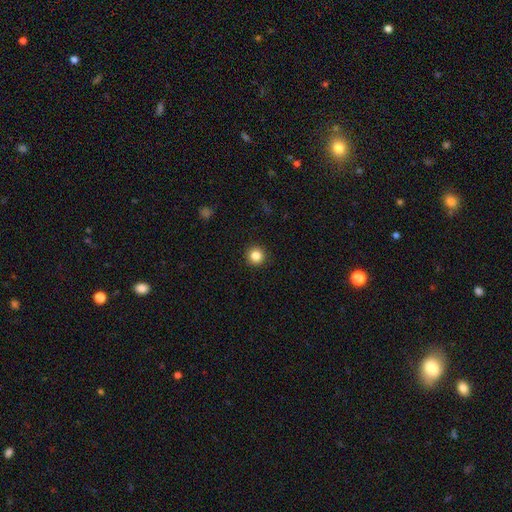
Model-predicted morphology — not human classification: This is clearly a smooth galaxy (84%). How rounded: clearly round (96%). Merging: clearly none (93%).